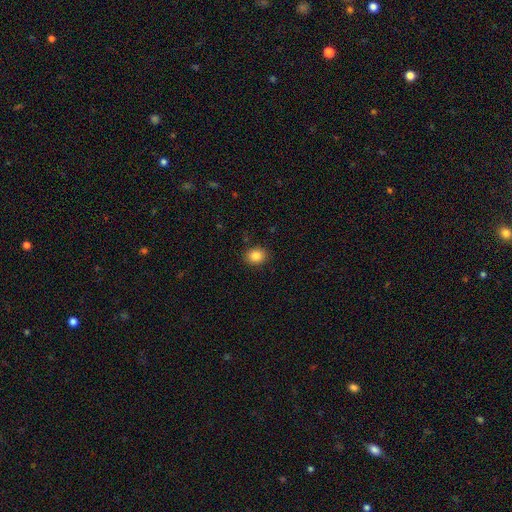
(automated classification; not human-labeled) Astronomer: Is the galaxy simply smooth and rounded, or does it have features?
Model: smooth — 86%.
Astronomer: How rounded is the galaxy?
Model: round — 55% (runner-up: in between, 44%).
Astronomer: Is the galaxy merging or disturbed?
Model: none — 89%.